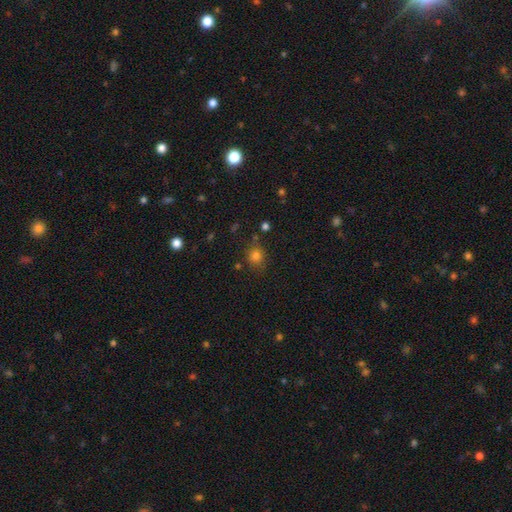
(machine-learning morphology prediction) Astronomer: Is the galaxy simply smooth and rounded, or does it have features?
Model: smooth — 79%.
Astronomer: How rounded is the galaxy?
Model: round — 79%.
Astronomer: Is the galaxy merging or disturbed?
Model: none — 76%.